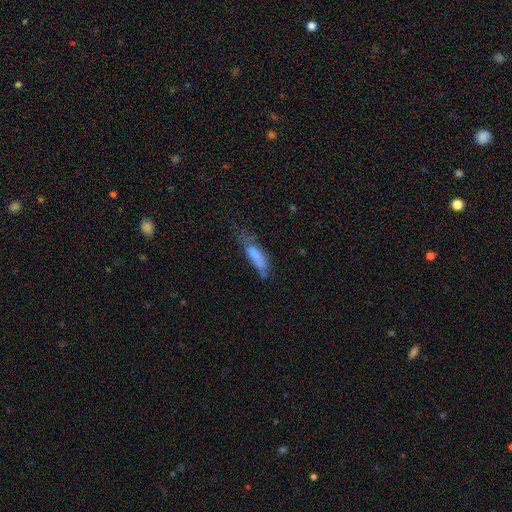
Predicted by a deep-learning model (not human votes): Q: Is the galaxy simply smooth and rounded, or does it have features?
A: smooth — 72%.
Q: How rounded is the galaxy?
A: cigar-shaped — 53%.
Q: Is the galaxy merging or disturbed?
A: minor disturbance — 33%.